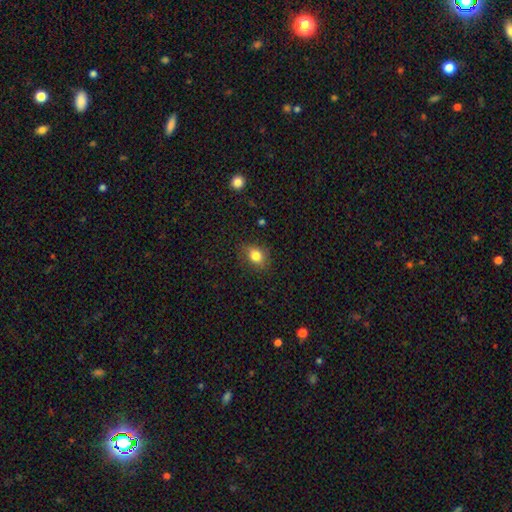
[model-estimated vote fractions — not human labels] A smooth galaxy with no disk features (82%) that is in between round and cigar-shaped (60%).

Vote fractions:
- Smooth or featured? smooth: 82% / star or artifact: 10% / featured or disk: 8%
- How rounded? in between: 60% / round: 39% / cigar-shaped: 1%
- Merging? none: 80% / minor disturbance: 15% / major disturbance: 4% / merger: 1%